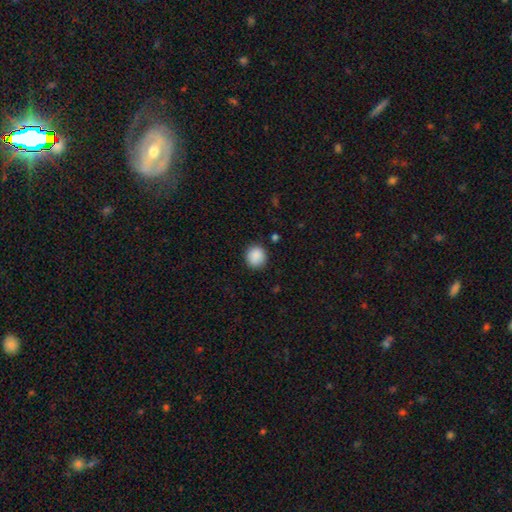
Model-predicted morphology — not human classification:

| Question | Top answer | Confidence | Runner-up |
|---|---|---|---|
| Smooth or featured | smooth | 88% | star or artifact (8%) |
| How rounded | round | 88% | in between (11%) |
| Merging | none | 87% | minor disturbance (9%) |